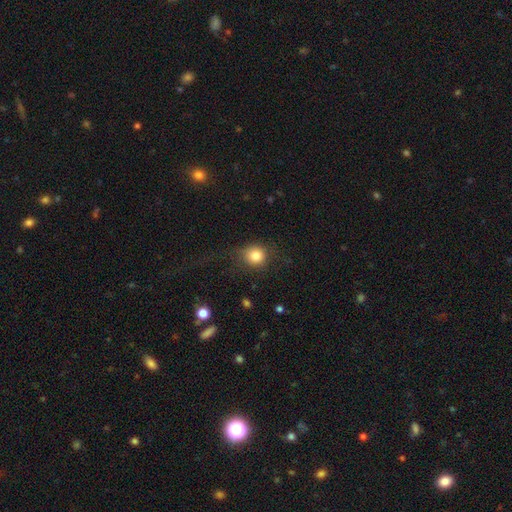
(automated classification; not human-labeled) Smooth or featured? smooth (82%)
How rounded? round (84%)
Merging? none (74%)